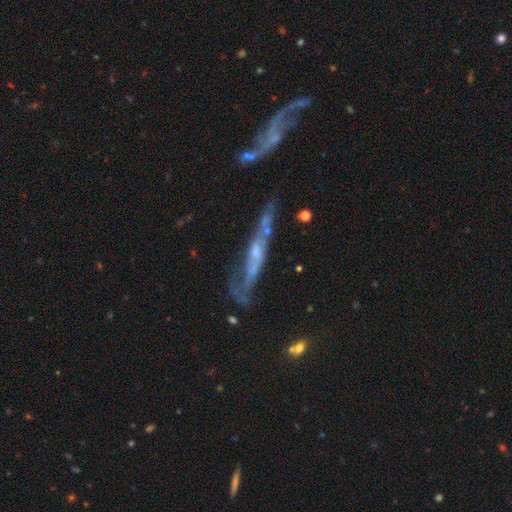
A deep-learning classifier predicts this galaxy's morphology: A featured or disk galaxy (72%) viewed edge-on (58%).

Vote fractions:
- Smooth or featured? featured or disk: 72% / smooth: 17% / star or artifact: 11%
- Edge-on disk? yes: 58% / no: 42%
- Merging? none: 43% / minor disturbance: 22% / major disturbance: 21% / merger: 14%